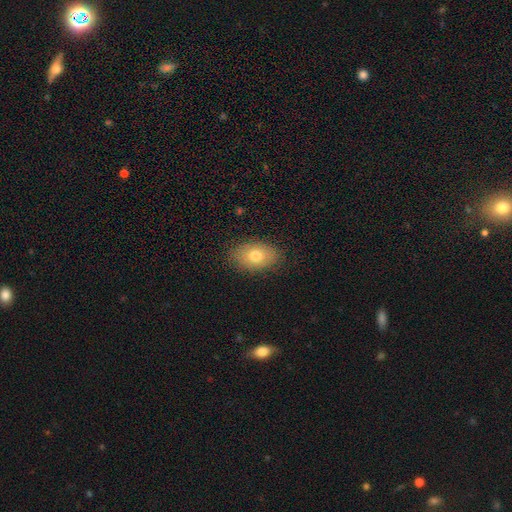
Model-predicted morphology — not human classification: Smooth or featured? smooth (76%)
How rounded? in between (88%)
Merging? none (87%)